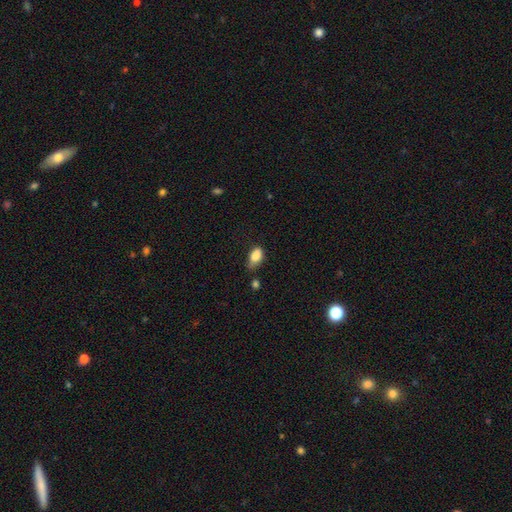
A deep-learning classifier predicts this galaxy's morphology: The model was most divided on "merging": minor disturbance: 44%, none: 37%, major disturbance: 13%, merger: 6%. More confident: how rounded — in between (89%); smooth or featured — smooth (85%).